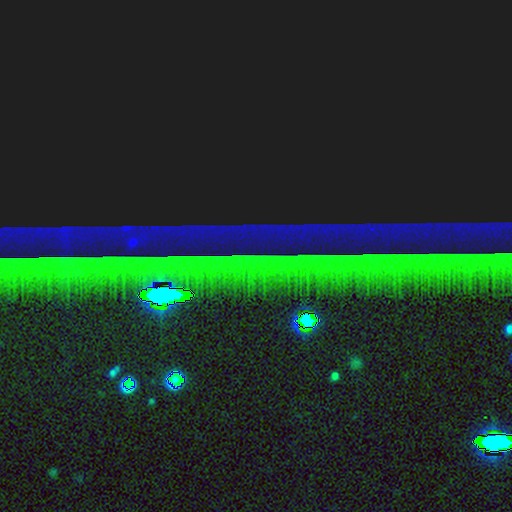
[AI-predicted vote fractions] Q: Smooth or featured?
A: star or artifact (88%); runner-up: featured or disk (7%)